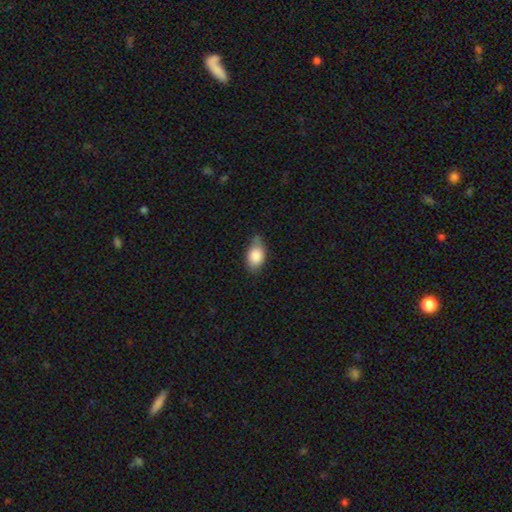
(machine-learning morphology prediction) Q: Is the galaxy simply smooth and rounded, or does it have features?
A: smooth — 84%.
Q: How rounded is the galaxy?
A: in between — 84%.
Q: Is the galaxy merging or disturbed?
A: none — 60%.